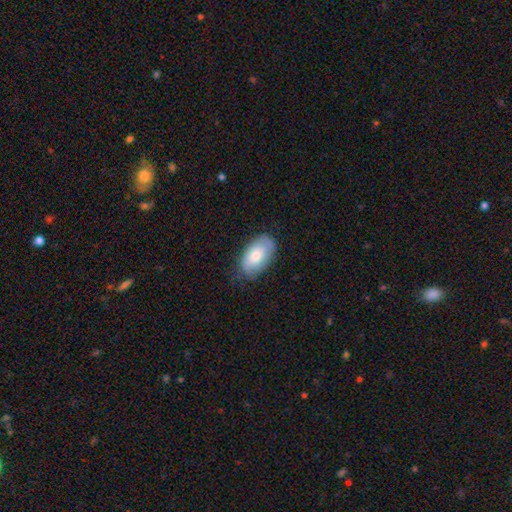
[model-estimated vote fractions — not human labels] This is likely a smooth galaxy (74%). How rounded: clearly in between (94%). Merging: likely none (71%).